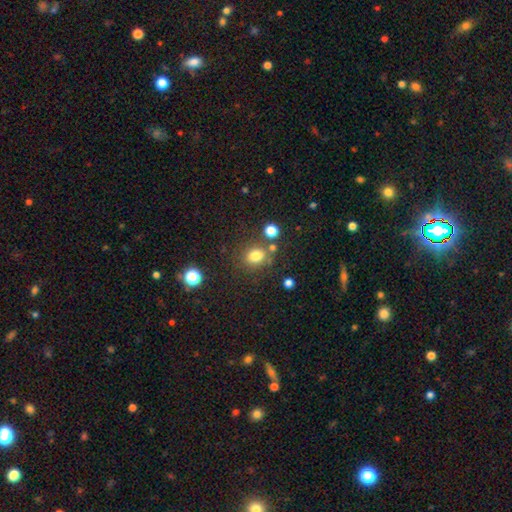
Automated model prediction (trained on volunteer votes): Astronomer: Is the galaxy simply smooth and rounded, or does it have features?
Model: smooth — 78%.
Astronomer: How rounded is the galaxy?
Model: round — 61% (runner-up: in between, 38%).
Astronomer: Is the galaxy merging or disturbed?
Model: none — 72%.